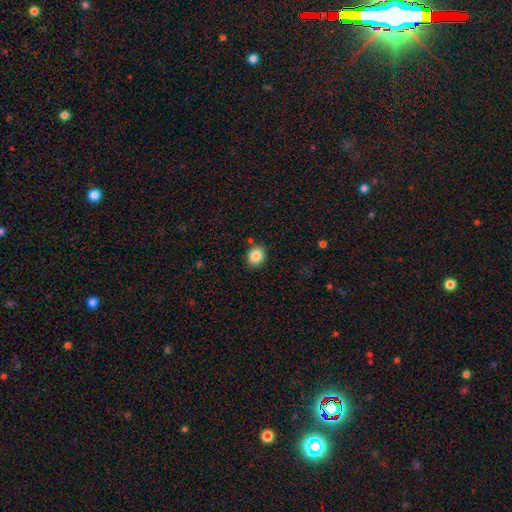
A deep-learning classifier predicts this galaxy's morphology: Smooth or featured?
  - smooth: 85% *
  - star or artifact: 9%
  - featured or disk: 6%
How rounded?
  - round: 67% *
  - in between: 32%
  - cigar-shaped: 1%
Merging?
  - none: 86% *
  - minor disturbance: 9%
  - merger: 3%
  - major disturbance: 2%